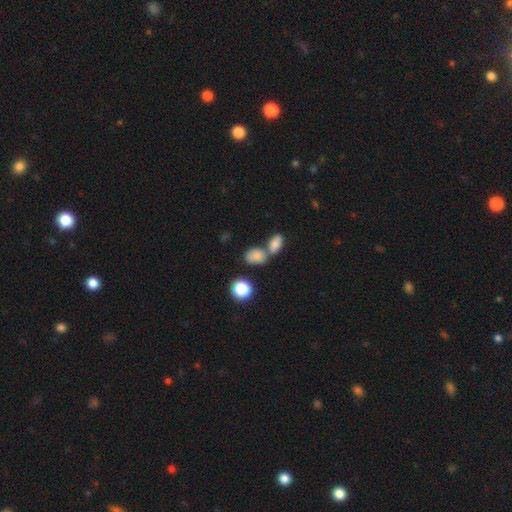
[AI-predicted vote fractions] This appears to be a smooth galaxy with no disk features (77%) that is in between round and cigar-shaped (68%). Merging: none (48%).